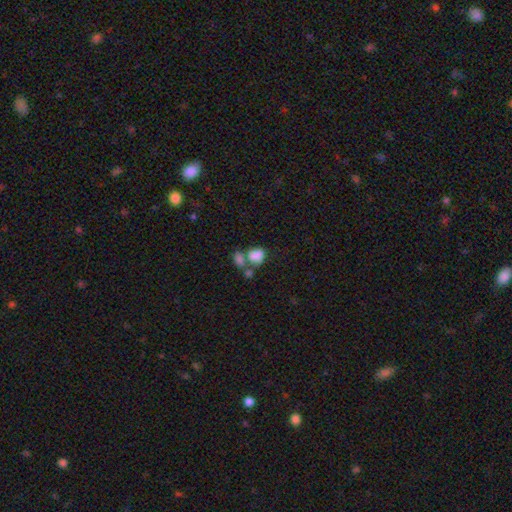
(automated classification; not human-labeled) Smooth or featured: smooth — 76% (featured or disk — 14%)
How rounded: in between — 73% (round — 25%)
Merging: merger — 58% (none — 23%)